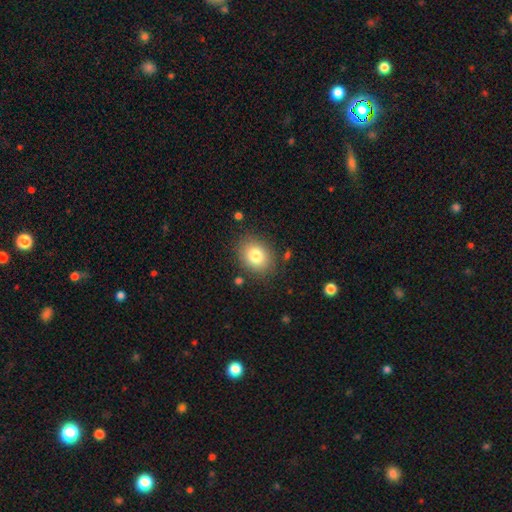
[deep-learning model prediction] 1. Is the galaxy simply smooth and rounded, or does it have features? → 81% smooth, 10% featured or disk, 9% star or artifact.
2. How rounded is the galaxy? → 51% round, 48% in between, 1% cigar-shaped.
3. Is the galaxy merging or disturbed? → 84% none, 11% minor disturbance, 3% major disturbance, 2% merger.